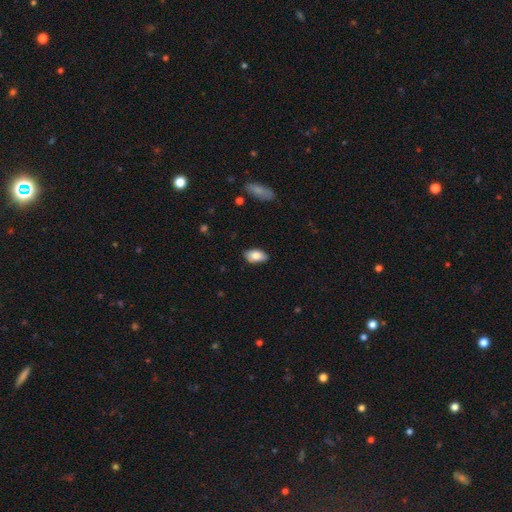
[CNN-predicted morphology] Smooth or featured?
  - smooth: 84% *
  - featured or disk: 10%
  - star or artifact: 7%
How rounded?
  - in between: 93% *
  - round: 5%
  - cigar-shaped: 2%
Merging?
  - none: 85% *
  - minor disturbance: 12%
  - major disturbance: 2%
  - merger: 1%